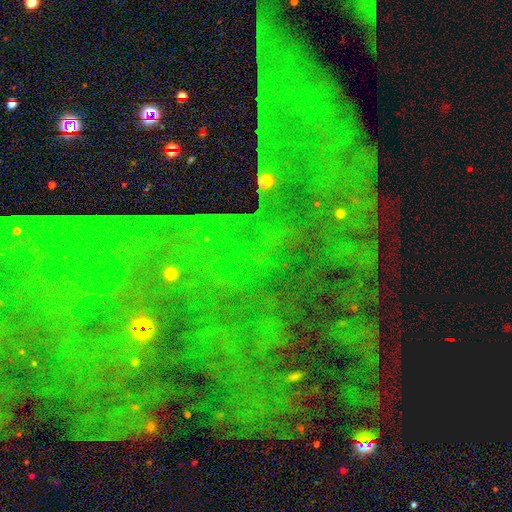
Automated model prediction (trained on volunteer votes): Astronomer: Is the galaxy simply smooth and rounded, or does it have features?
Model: star or artifact — 81%.